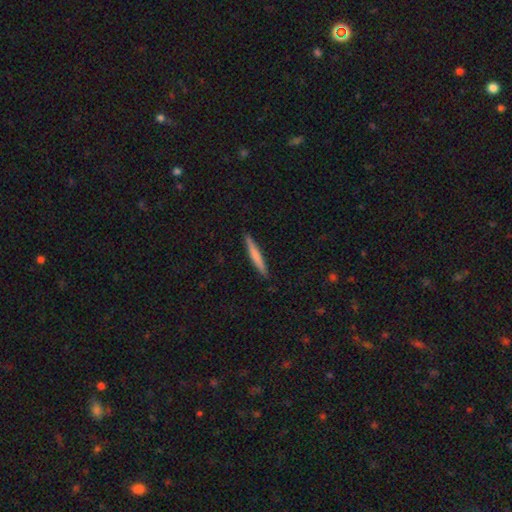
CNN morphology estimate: The model was most divided on "smooth or featured": smooth: 66%, featured or disk: 28%, star or artifact: 5%. More confident: how rounded — cigar-shaped (96%); merging — none (90%).